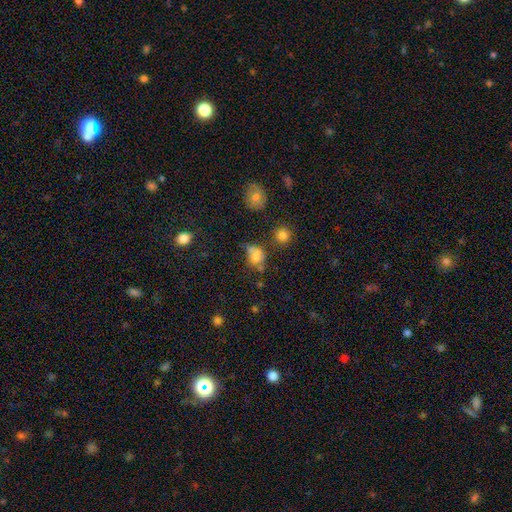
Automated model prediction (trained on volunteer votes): Q: Smooth or featured?
A: smooth (66%); runner-up: featured or disk (19%)
Q: How rounded?
A: in between (58%); runner-up: round (40%)
Q: Merging?
A: none (34%); runner-up: minor disturbance (28%)